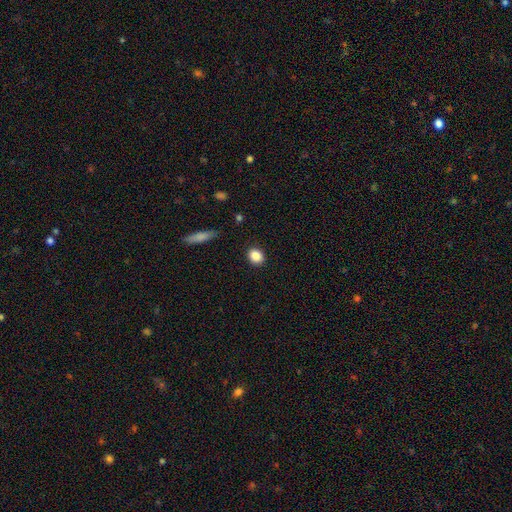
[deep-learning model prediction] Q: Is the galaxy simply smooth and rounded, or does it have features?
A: smooth — 86%.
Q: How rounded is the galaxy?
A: round — 62%.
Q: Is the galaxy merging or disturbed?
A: none — 89%.